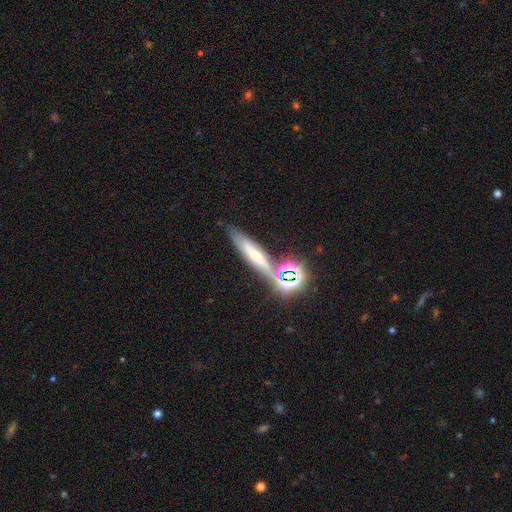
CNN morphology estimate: smooth_or_featured: smooth (p=0.38) [alt: featured or disk p=0.31]
merging: none (p=0.68) [alt: minor disturbance p=0.14]